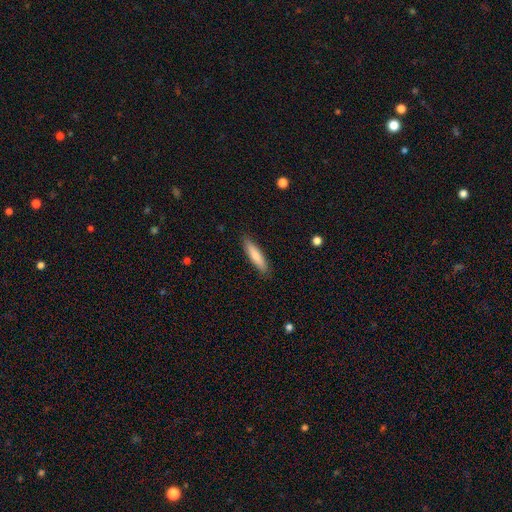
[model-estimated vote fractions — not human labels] smooth_or_featured: smooth (p=0.76) [alt: featured or disk p=0.18]
how_rounded: cigar-shaped (p=0.80) [alt: in between p=0.19]
merging: none (p=0.88) [alt: minor disturbance p=0.09]